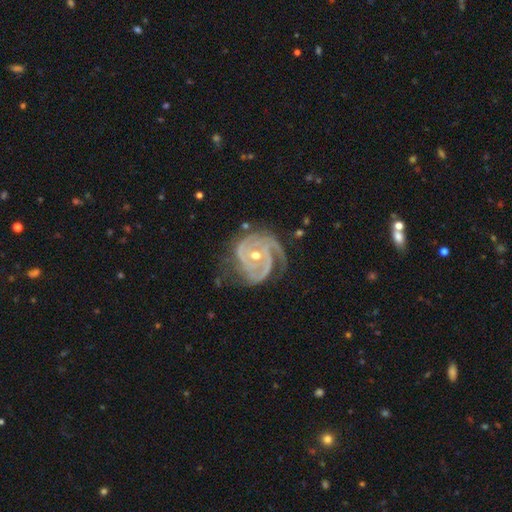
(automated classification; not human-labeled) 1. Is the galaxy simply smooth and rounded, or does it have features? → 92% featured or disk, 5% star or artifact, 3% smooth.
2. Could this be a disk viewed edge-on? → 98% no, 2% yes.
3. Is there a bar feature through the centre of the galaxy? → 60% no, 25% weak, 15% strong.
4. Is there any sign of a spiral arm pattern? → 98% yes, 2% no.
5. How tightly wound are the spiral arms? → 70% tight, 26% medium, 4% loose.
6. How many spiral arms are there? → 52% 3, 16% 2, 13% 4, 9% can't tell, 5% more than 4, 5% 1.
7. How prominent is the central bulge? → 49% small, 48% moderate, 1% large, 1% none, 1% dominant.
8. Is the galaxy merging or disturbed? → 62% none, 24% minor disturbance, 12% major disturbance, 2% merger.